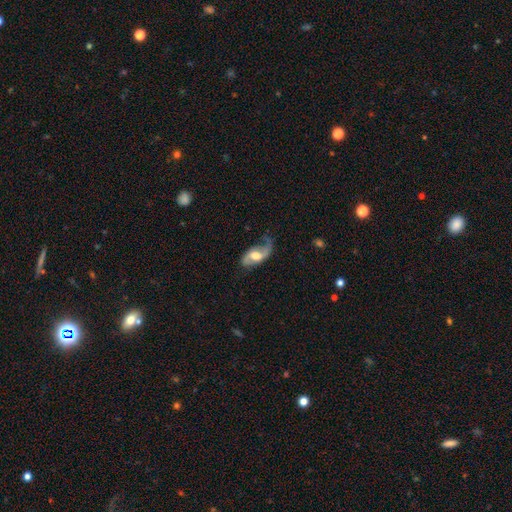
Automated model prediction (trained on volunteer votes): Q: Smooth or featured?
A: featured or disk (76%); runner-up: smooth (19%)
Q: Edge-on disk?
A: no (94%); runner-up: yes (6%)
Q: Bar?
A: no (44%); runner-up: weak (42%)
Q: Spiral arms?
A: yes (91%); runner-up: no (9%)
Q: Spiral winding?
A: loose (59%); runner-up: medium (32%)
Q: Spiral arm count?
A: 2 (76%); runner-up: 1 (17%)
Q: Bulge size?
A: moderate (61%); runner-up: large (26%)
Q: Merging?
A: none (49%); runner-up: minor disturbance (28%)